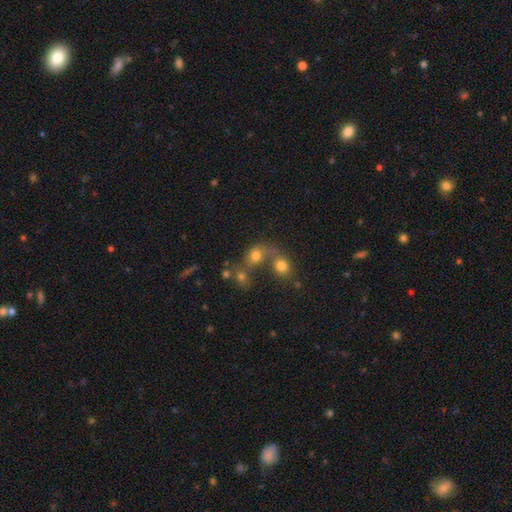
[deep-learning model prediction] smooth-or-featured: smooth: 70% | featured or disk: 15% | star or artifact: 14%
  how-rounded: round: 54% | in between: 45% | cigar-shaped: 2%
  merging: merger: 57% | none: 25% | major disturbance: 9% | minor disturbance: 8%